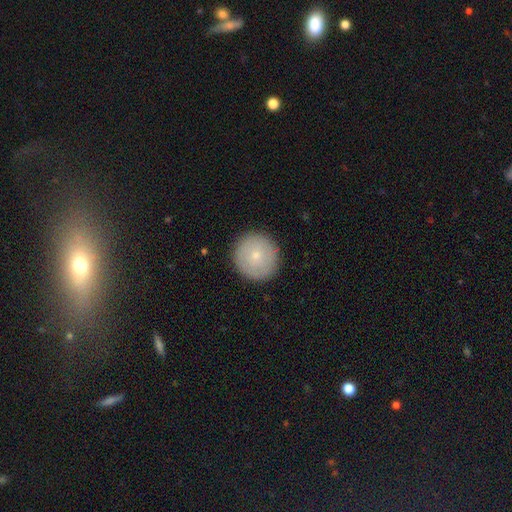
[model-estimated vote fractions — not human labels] Smooth or featured: smooth — 69% (featured or disk — 24%)
How rounded: round — 93% (in between — 6%)
Merging: none — 90% (minor disturbance — 7%)